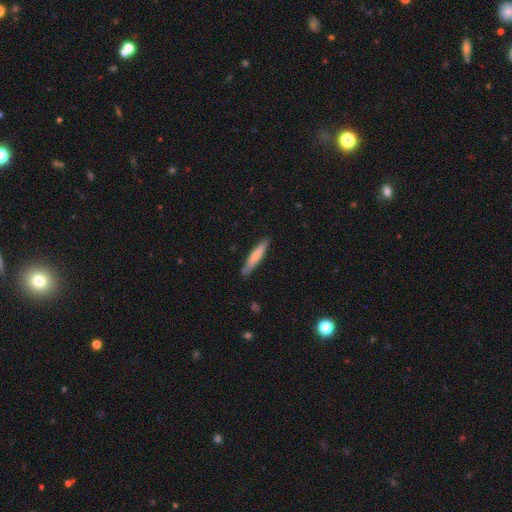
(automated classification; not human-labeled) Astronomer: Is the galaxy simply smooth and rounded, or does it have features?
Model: smooth — 67%.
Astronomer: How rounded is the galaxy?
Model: cigar-shaped — 91%.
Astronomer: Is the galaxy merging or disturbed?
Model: none — 85%.